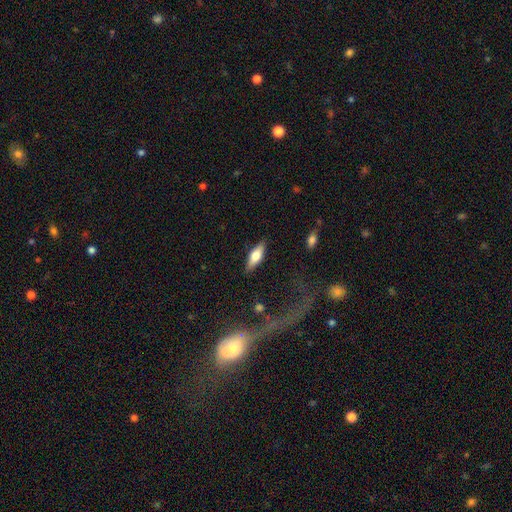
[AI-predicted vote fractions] smooth 56%, featured or disk 37%, star or artifact 6%. Down the decision tree: how rounded — in between (60%); merging — none (87%).